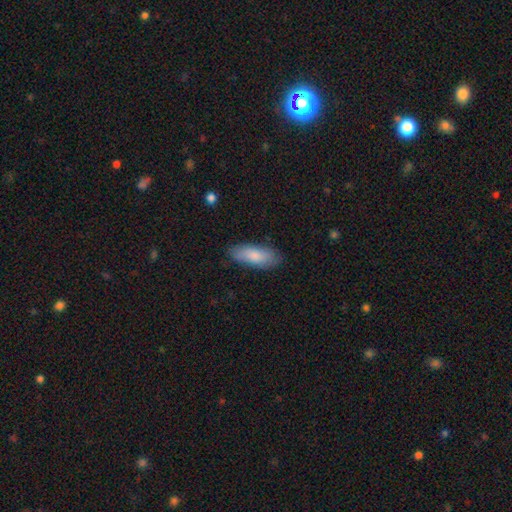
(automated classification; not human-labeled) Morphology: type=smooth (82%); roundness=in between (75%); merging=none (80%).